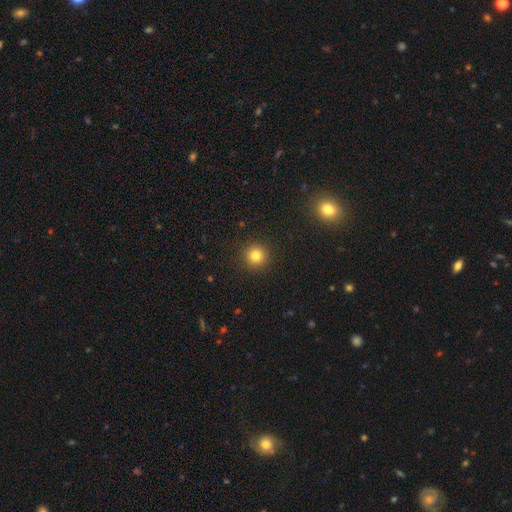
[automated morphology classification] Smooth or featured? Predicted: smooth (p=0.82). How rounded? Predicted: round (p=0.94). Merging? Predicted: none (p=0.92).